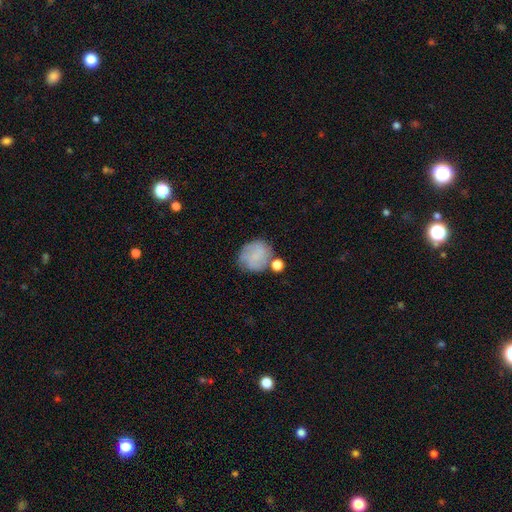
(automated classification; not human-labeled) A smooth galaxy with no disk features (63%) that is round (80%).

Vote fractions:
- Smooth or featured? smooth: 63% / featured or disk: 28% / star or artifact: 9%
- How rounded? round: 80% / in between: 19% / cigar-shaped: 1%
- Merging? none: 55% / minor disturbance: 21% / merger: 16% / major disturbance: 9%